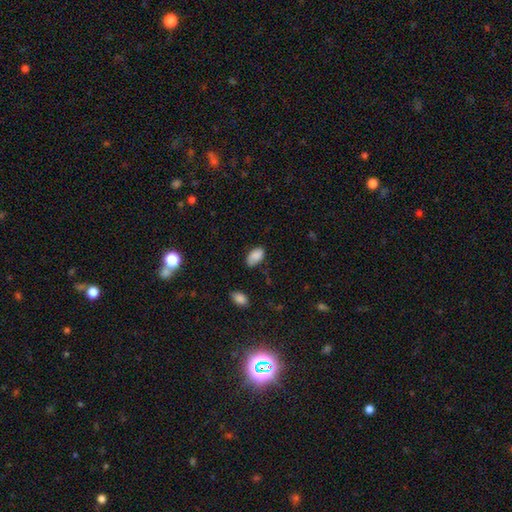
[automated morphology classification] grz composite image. It shows a smooth galaxy with no disk features (86%) that is in between round and cigar-shaped (93%). Merging: none (69%).